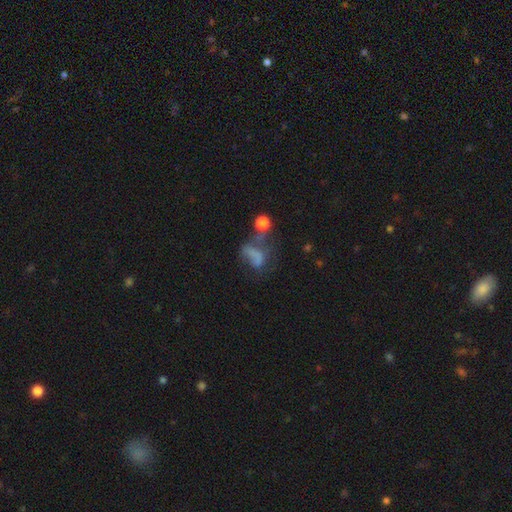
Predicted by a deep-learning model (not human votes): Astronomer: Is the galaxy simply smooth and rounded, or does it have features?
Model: smooth — 50% (runner-up: featured or disk, 30%).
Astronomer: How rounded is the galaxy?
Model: in between — 68%.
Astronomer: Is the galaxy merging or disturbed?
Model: major disturbance — 43% (runner-up: none, 22%).